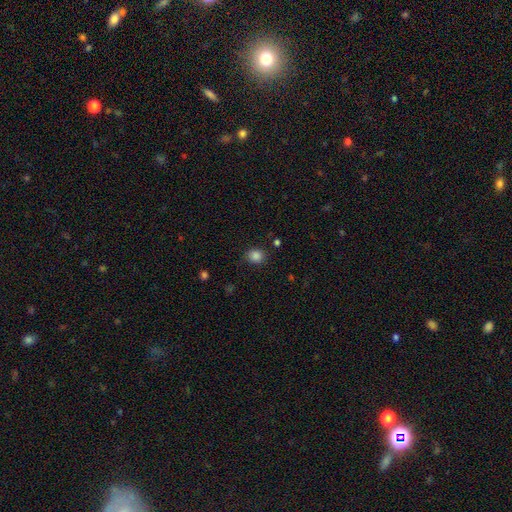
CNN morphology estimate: Overall: smooth (85%). How rounded: round (74%). Merging: none (83%).